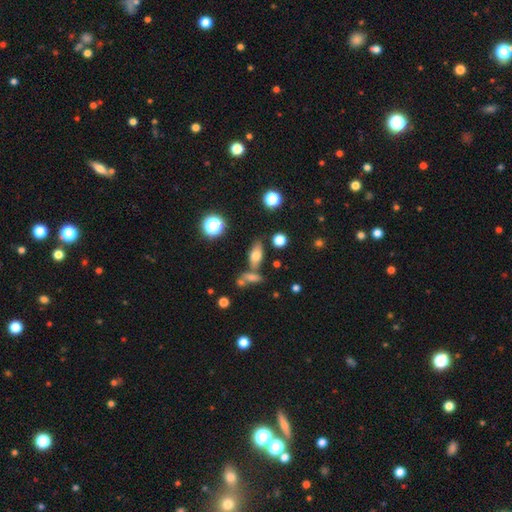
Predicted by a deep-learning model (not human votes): Smooth or featured? Predicted: smooth (p=0.67). How rounded? Predicted: in between (p=0.74). Merging? Predicted: none (p=0.63).